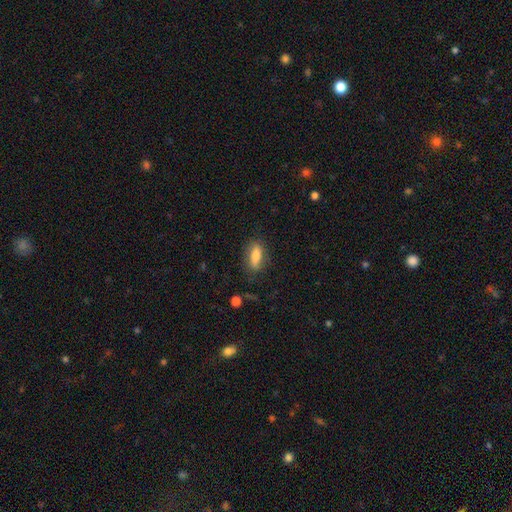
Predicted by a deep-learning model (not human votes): Morphology: type=smooth (74%); roundness=in between (68%); merging=none (79%).